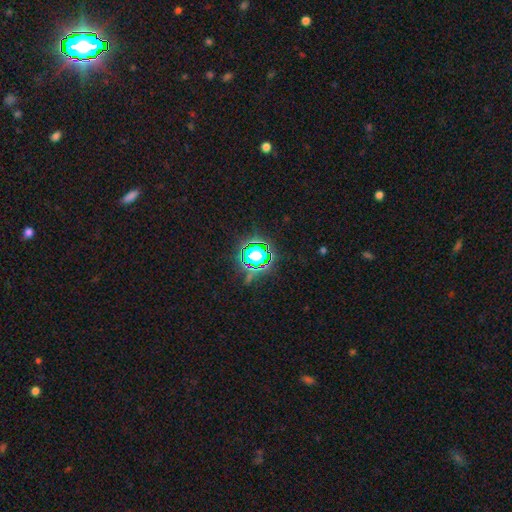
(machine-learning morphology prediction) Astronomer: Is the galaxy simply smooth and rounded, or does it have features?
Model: star or artifact — 78%.